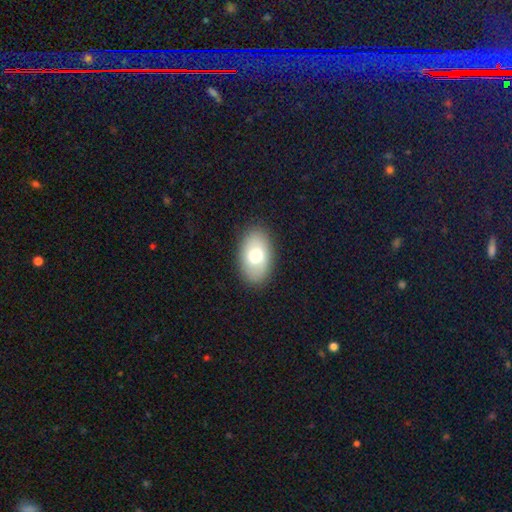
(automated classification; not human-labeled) Morphology: type=smooth (72%); roundness=in between (90%); merging=none (87%).